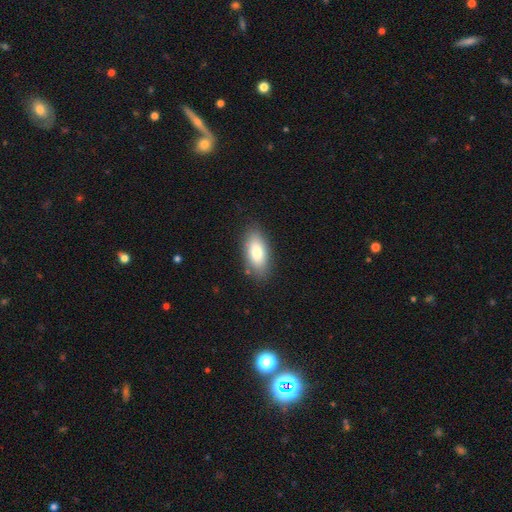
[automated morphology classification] A smooth galaxy with no disk features (79%) that is in between round and cigar-shaped (87%). Merging: none (84%).